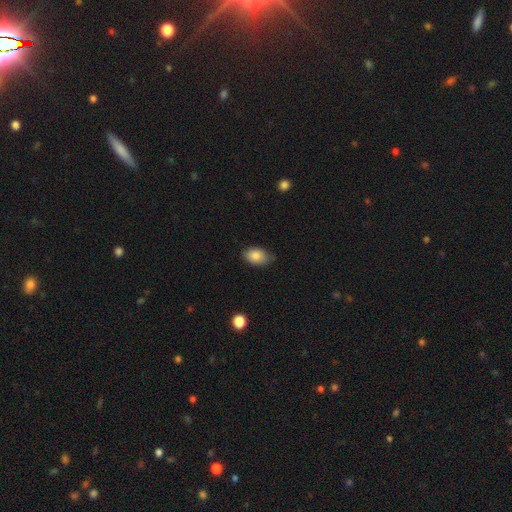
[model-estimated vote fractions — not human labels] smooth-or-featured: smooth: 85% | featured or disk: 8% | star or artifact: 8%
  how-rounded: in between: 86% | round: 13% | cigar-shaped: 1%
  merging: none: 75% | minor disturbance: 21% | major disturbance: 3% | merger: 1%